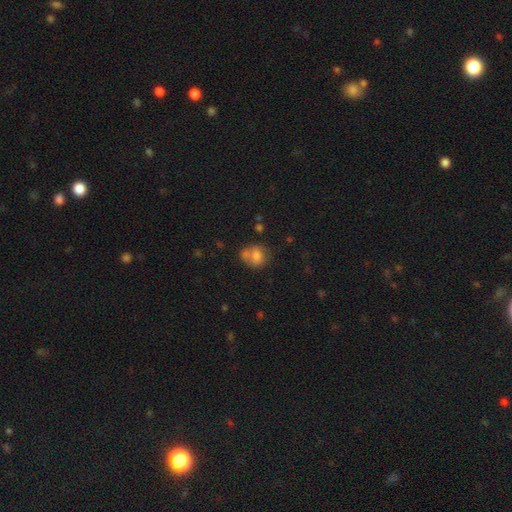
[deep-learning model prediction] smooth 73%, featured or disk 17%, star or artifact 10%. Down the decision tree: how rounded — round (65%); merging — none (42%).